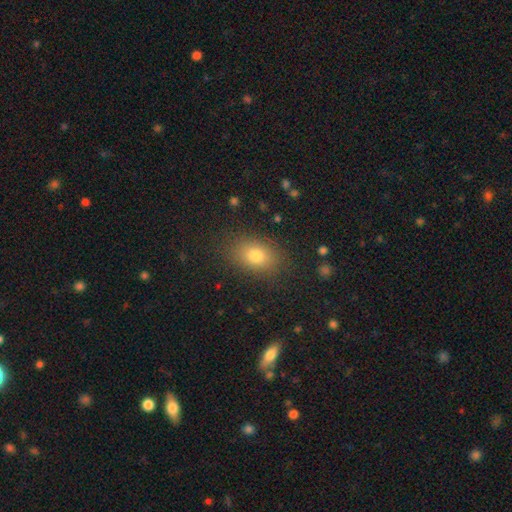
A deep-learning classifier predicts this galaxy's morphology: Smooth or featured: smooth — 79% (star or artifact — 12%)
How rounded: in between — 77% (round — 22%)
Merging: none — 84% (minor disturbance — 11%)